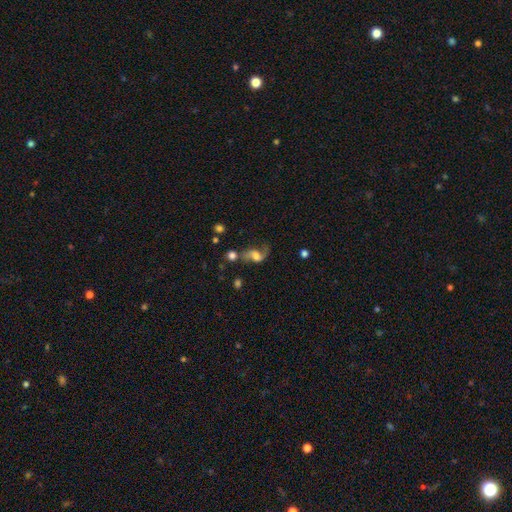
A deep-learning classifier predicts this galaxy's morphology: Smooth or featured?
  - featured or disk: 65% *
  - smooth: 23%
  - star or artifact: 12%
Edge-on disk?
  - no: 95% *
  - yes: 5%
Bar?
  - no: 44% *
  - weak: 43%
  - strong: 14%
Spiral arms?
  - yes: 88% *
  - no: 12%
Spiral winding?
  - loose: 82% *
  - medium: 15%
  - tight: 4%
Spiral arm count?
  - 2: 85% *
  - 1: 9%
  - can't tell: 4%
  - 3: 1%
  - 4: 1%
  - more than 4: 1%
Bulge size?
  - moderate: 37% *
  - large: 24%
  - small: 20%
  - none: 15%
  - dominant: 4%
Merging?
  - none: 45% *
  - major disturbance: 21%
  - minor disturbance: 19%
  - merger: 15%